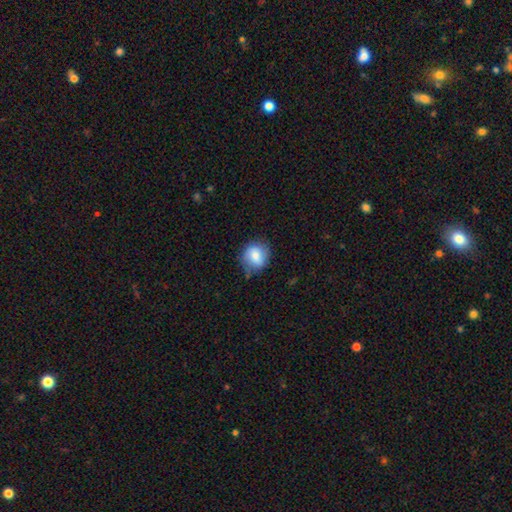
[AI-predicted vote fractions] A smooth galaxy with no disk features (73%) that is round (74%). Merging: none (68%).